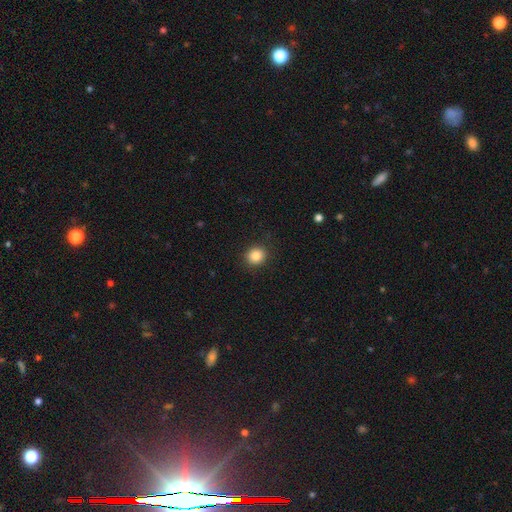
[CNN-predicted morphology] Smooth or featured?
  - smooth: 85% *
  - star or artifact: 10%
  - featured or disk: 5%
How rounded?
  - round: 86% *
  - in between: 14%
  - cigar-shaped: 1%
Merging?
  - none: 90% *
  - minor disturbance: 6%
  - major disturbance: 2%
  - merger: 1%